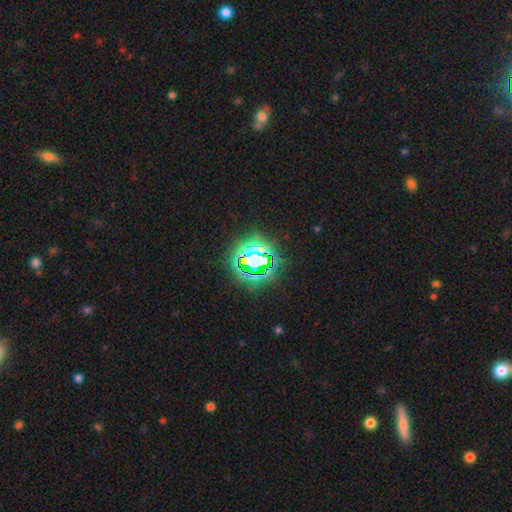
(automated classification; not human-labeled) Smooth or featured? star or artifact (82%)